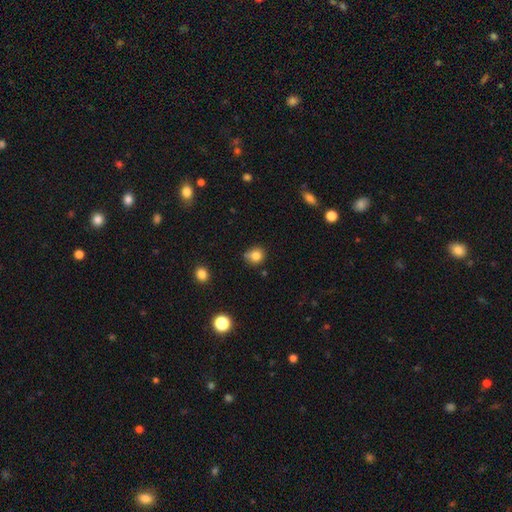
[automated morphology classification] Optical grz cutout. It shows a smooth galaxy with no disk features (81%) that is round (76%). Merging: none (66%).